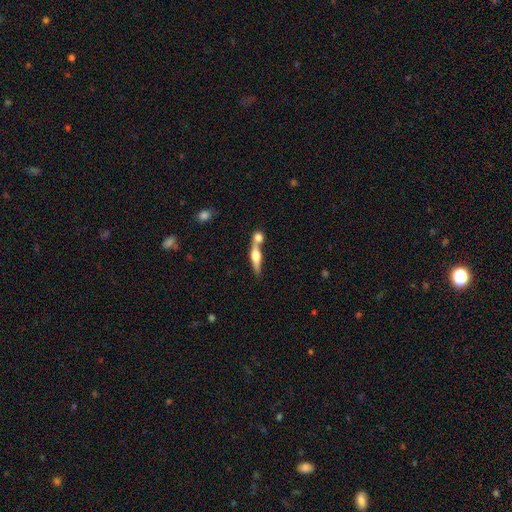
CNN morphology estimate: type=featured or disk (59%); edge-on=yes (92%); edge-on bulge=rounded (92%); merging=none (44%).